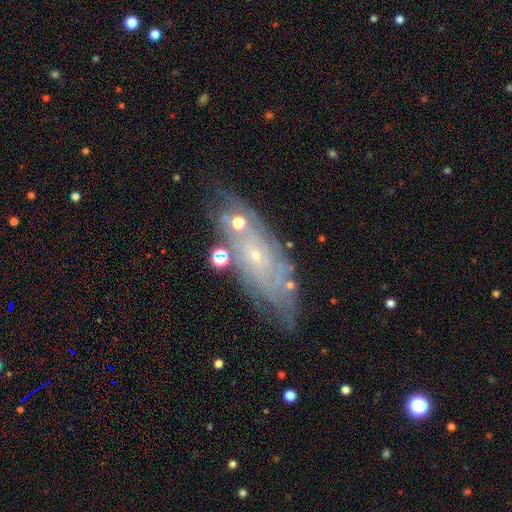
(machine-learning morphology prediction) smooth-or-featured: featured or disk: 72% | smooth: 18% | star or artifact: 10%
  disk-edge-on: no: 84% | yes: 16%
    bar: no: 81% | weak: 15% | strong: 4%
    has-spiral-arms: yes: 78% | no: 22%
    bulge-size: small: 85% | moderate: 9% | none: 3% | large: 1% | dominant: 1%
  merging: none: 68% | minor disturbance: 19% | major disturbance: 6% | merger: 6%